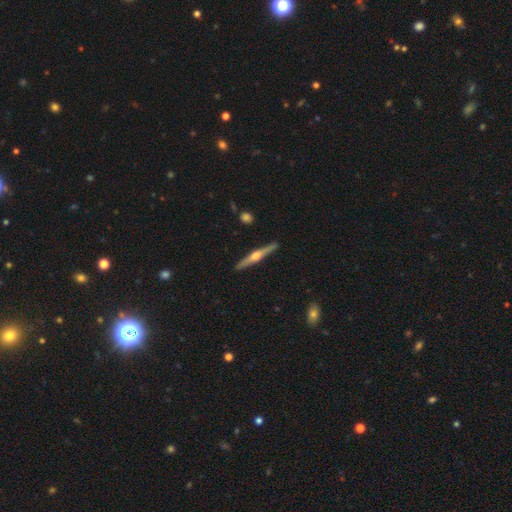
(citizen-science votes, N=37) Smooth or featured: featured or disk — 78% (smooth — 19%)
Edge-on disk: yes — 100%
Edge-on bulge: rounded — 100%
Merging: none — 89% (minor disturbance — 11%)